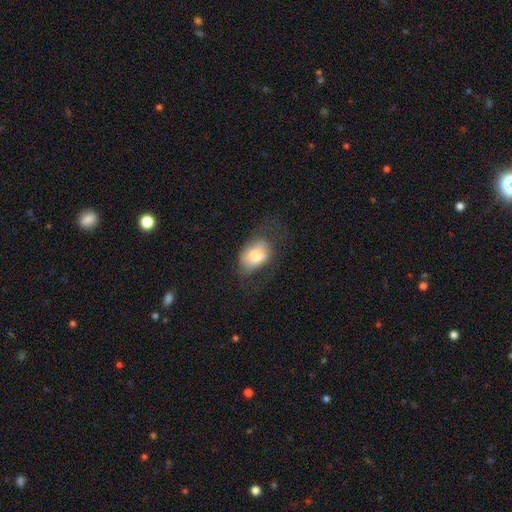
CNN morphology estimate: smooth_or_featured: smooth (p=0.74) [alt: featured or disk p=0.18]
how_rounded: in between (p=0.83) [alt: round p=0.16]
merging: none (p=0.45) [alt: minor disturbance p=0.27]